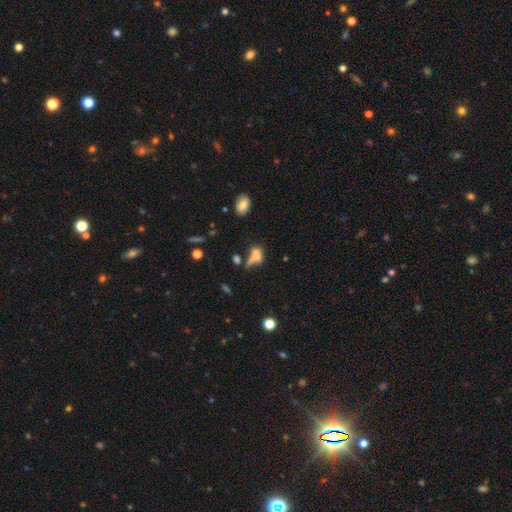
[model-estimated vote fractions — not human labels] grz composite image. It shows a smooth galaxy with no disk features (66%) that is in between round and cigar-shaped (70%). Merging: merger (32%).